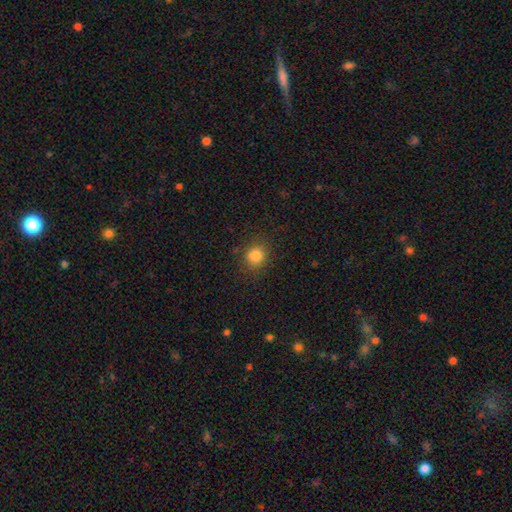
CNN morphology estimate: The model was most divided on "how rounded": round: 76%, in between: 23%, cigar-shaped: 1%. More confident: merging — none (83%); smooth or featured — smooth (82%).